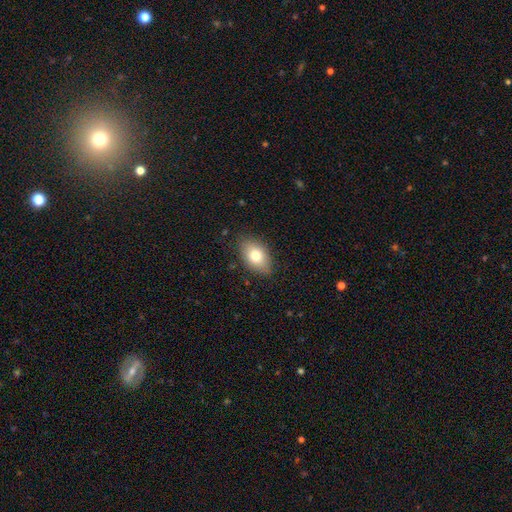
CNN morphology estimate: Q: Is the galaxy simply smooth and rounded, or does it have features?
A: smooth — 77%.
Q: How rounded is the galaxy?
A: in between — 88%.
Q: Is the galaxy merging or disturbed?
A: none — 82%.